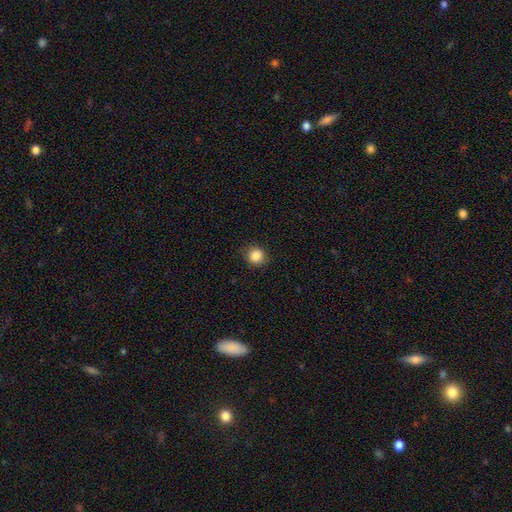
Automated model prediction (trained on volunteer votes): smooth-or-featured: smooth: 87% | star or artifact: 10% | featured or disk: 3%
  how-rounded: round: 91% | in between: 8% | cigar-shaped: 1%
  merging: none: 89% | minor disturbance: 8% | major disturbance: 2% | merger: 1%